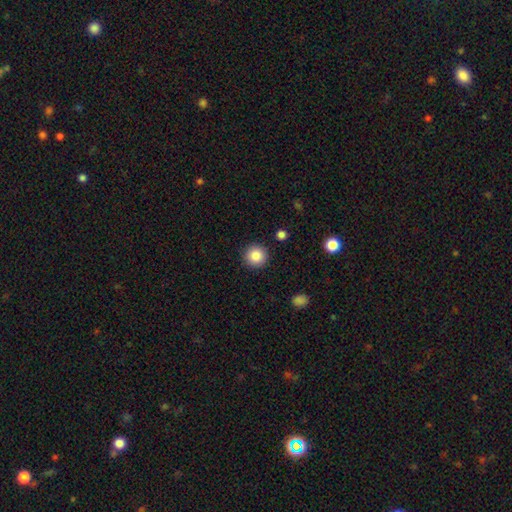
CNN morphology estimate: The model was most divided on "smooth or featured": smooth: 87%, star or artifact: 9%, featured or disk: 4%. More confident: how rounded — round (94%); merging — none (91%).